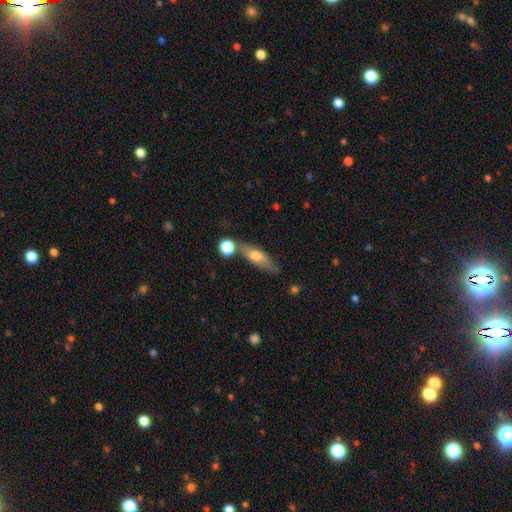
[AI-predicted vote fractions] Smooth or featured? smooth (57%)
How rounded? in between (50%)
Merging? none (62%)